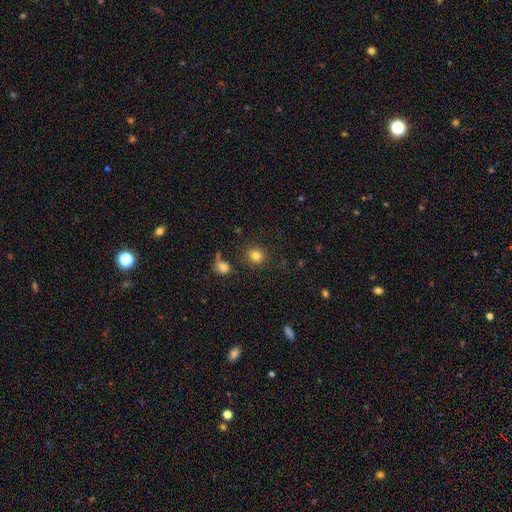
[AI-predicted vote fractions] Overall: smooth (81%). How rounded: round (83%). Merging: none (84%).